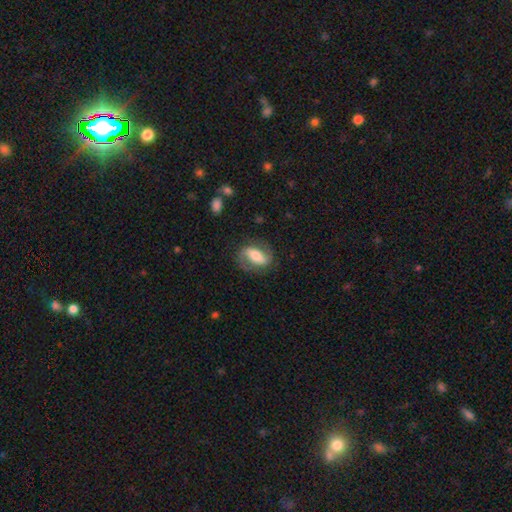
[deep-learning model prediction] smooth-or-featured: featured or disk: 61% | smooth: 33% | star or artifact: 6%
  disk-edge-on: no: 93% | yes: 7%
    bar: strong: 48% | weak: 30% | no: 22%
    has-spiral-arms: yes: 82% | no: 18%
    bulge-size: moderate: 54% | large: 21% | small: 19% | dominant: 3% | none: 3%
  merging: none: 73% | minor disturbance: 16% | major disturbance: 9% | merger: 1%